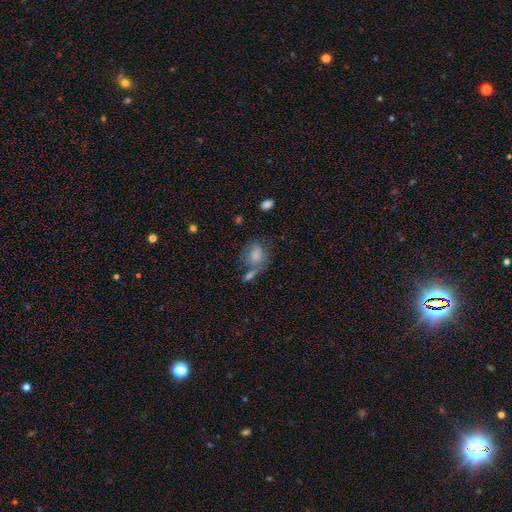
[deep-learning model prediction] smooth_or_featured: smooth (p=0.74) [alt: featured or disk p=0.18]
how_rounded: round (p=0.54) [alt: in between p=0.44]
merging: none (p=0.42) [alt: merger p=0.24]